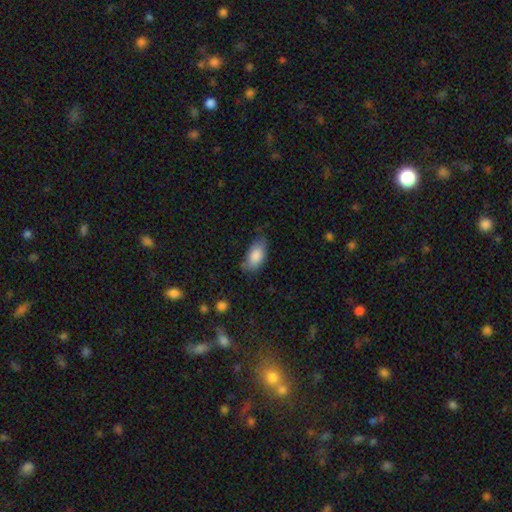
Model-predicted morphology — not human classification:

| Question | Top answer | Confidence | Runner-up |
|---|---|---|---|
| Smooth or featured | smooth | 86% | featured or disk (8%) |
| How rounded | in between | 93% | cigar-shaped (4%) |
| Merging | none | 67% | minor disturbance (25%) |